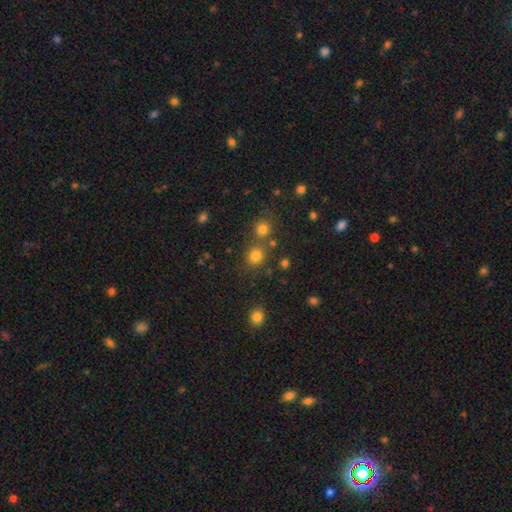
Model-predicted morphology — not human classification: This appears to be a smooth galaxy with no disk features (76%) that is round (84%). Merging: none (68%).